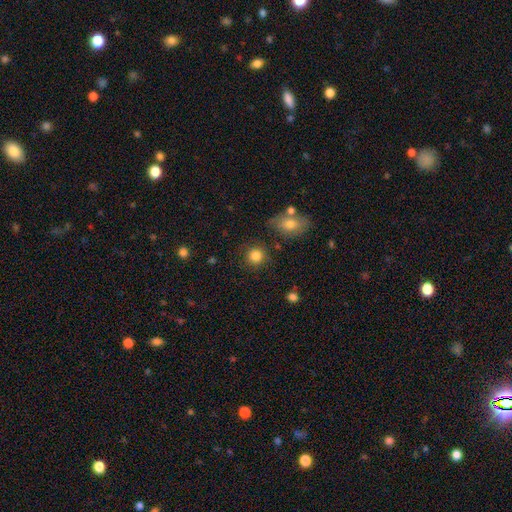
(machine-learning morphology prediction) This appears to be a smooth galaxy with no disk features (84%) that is round (89%). Merging: none (83%).